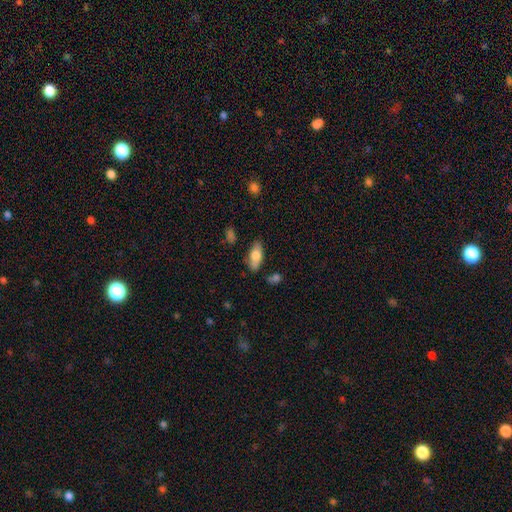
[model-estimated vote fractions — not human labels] Overall: smooth (74%). How rounded: in between (83%). Merging: none (75%).